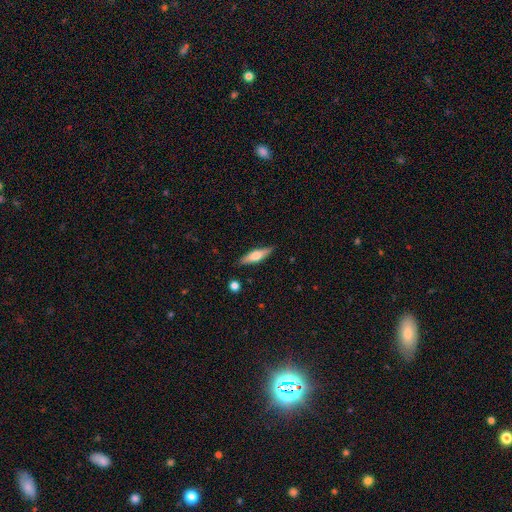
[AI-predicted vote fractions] A featured or disk galaxy (47%). Merging: none (87%).